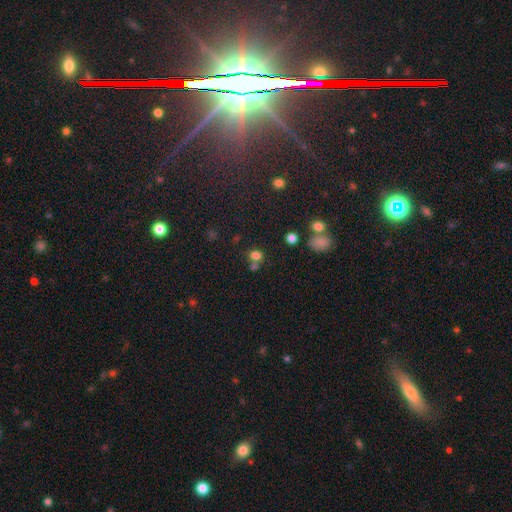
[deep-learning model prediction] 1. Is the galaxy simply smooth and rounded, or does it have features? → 75% smooth, 16% star or artifact, 8% featured or disk.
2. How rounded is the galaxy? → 65% round, 34% in between, 1% cigar-shaped.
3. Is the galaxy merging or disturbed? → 53% none, 32% merger, 11% minor disturbance, 5% major disturbance.